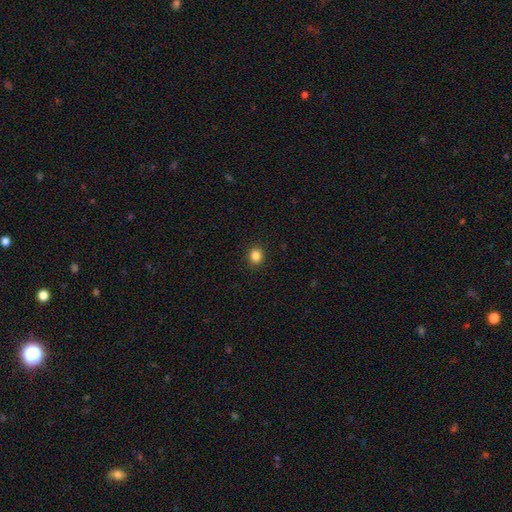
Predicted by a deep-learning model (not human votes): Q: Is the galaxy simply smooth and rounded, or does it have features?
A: smooth — 85%.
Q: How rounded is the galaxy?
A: round — 81%.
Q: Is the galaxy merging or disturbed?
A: none — 92%.